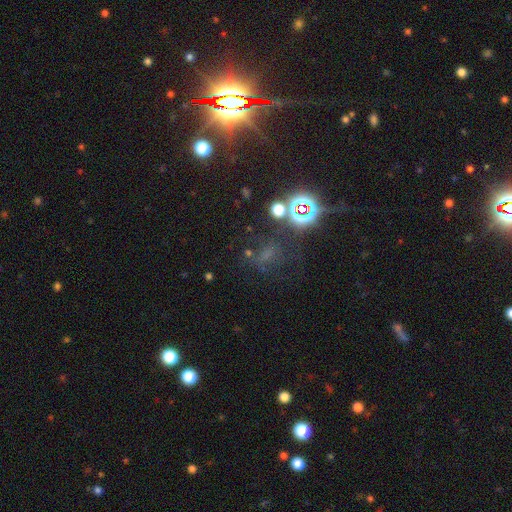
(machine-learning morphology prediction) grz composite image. It shows a star or artifact, not a galaxy (56%).